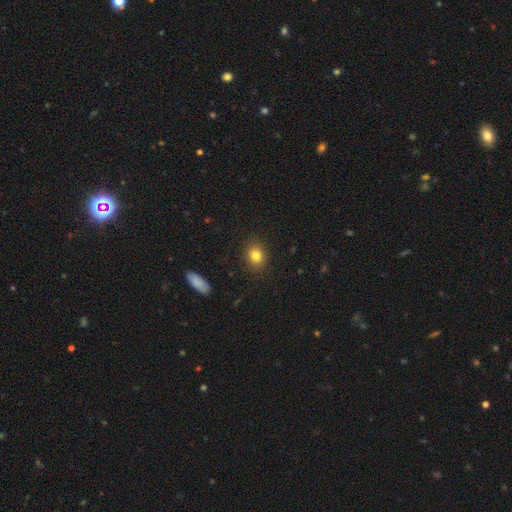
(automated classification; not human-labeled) Smooth or featured? smooth (82%)
How rounded? round (58%)
Merging? none (89%)